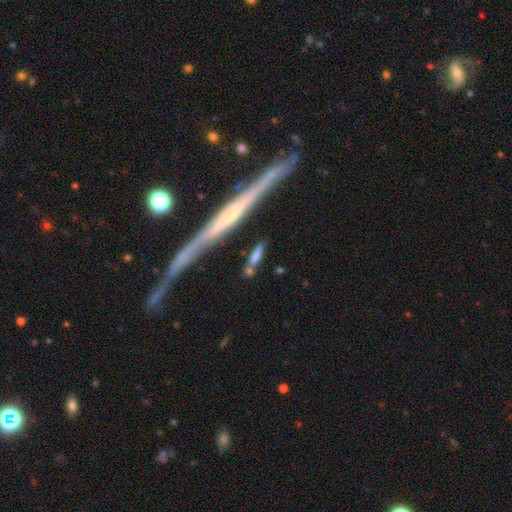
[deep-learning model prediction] Smooth or featured: smooth — 66% (featured or disk — 26%)
How rounded: cigar-shaped — 66% (in between — 28%)
Merging: none — 67% (minor disturbance — 17%)